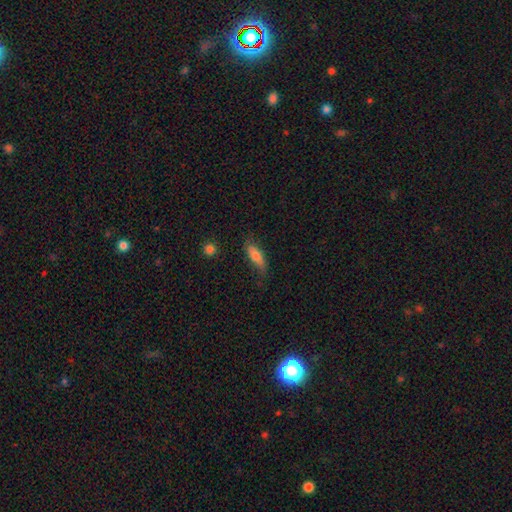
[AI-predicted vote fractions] The model was most divided on "how rounded": in between: 60%, cigar-shaped: 38%, round: 2%. More confident: smooth or featured — smooth (73%); merging — none (66%).